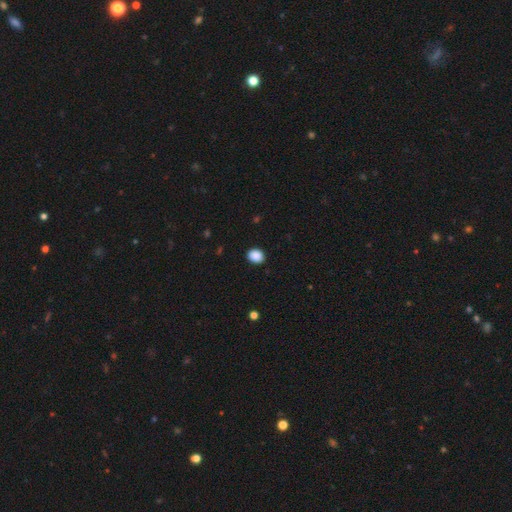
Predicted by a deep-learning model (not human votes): smooth-or-featured: smooth: 89% | star or artifact: 9% | featured or disk: 2%
  how-rounded: round: 56% | in between: 43% | cigar-shaped: 1%
  merging: none: 90% | minor disturbance: 7% | major disturbance: 2% | merger: 1%